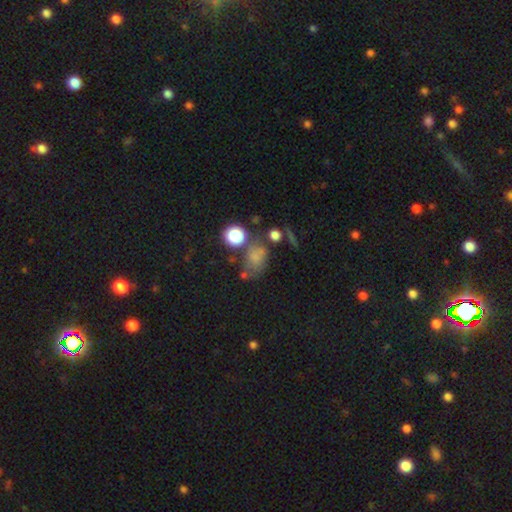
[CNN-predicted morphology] Smooth or featured: smooth — 67% (star or artifact — 17%)
How rounded: in between — 64% (round — 34%)
Merging: none — 40% (minor disturbance — 23%)